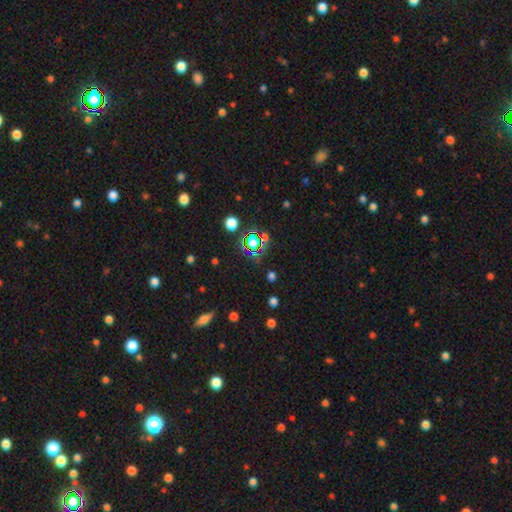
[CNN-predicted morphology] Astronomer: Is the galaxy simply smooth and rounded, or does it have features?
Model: star or artifact — 72%.